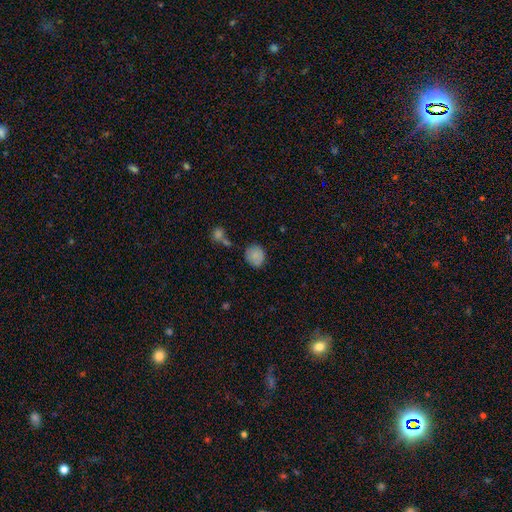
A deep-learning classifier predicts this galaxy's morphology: The model was most divided on "merging": none: 70%, minor disturbance: 19%, merger: 6%, major disturbance: 5%. More confident: smooth or featured — smooth (81%); how rounded — round (80%).